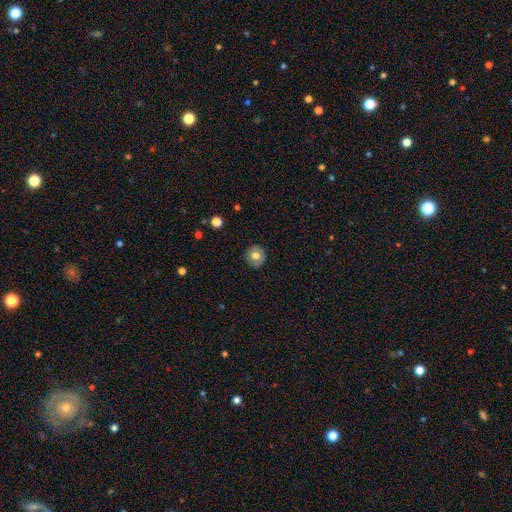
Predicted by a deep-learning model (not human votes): Q: Smooth or featured?
A: smooth (68%); runner-up: featured or disk (24%)
Q: How rounded?
A: round (90%); runner-up: in between (9%)
Q: Merging?
A: none (87%); runner-up: minor disturbance (10%)